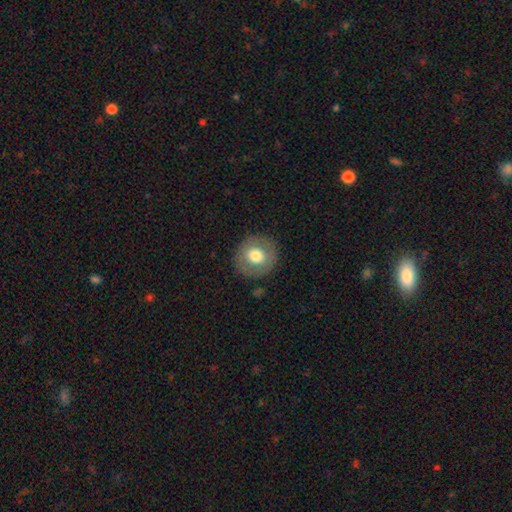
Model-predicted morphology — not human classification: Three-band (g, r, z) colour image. It shows a smooth galaxy with no disk features (67%) that is round (91%). Merging: none (87%).